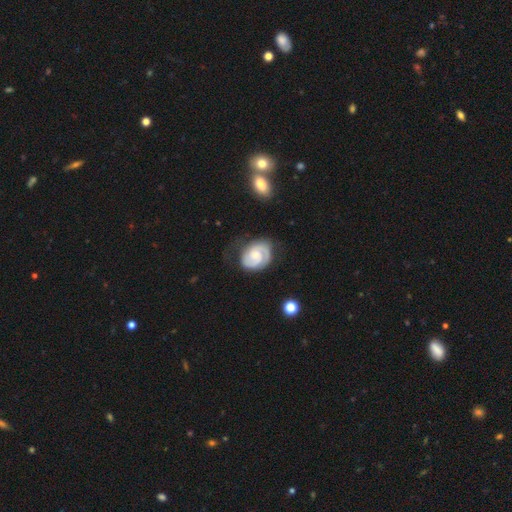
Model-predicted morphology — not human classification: The model was most divided on "bulge size": moderate: 45%, small: 42%, none: 7%, large: 5%, dominant: 1%. More confident: edge-on disk — no (98%); spiral arms — yes (96%); smooth or featured — featured or disk (81%); spiral arm count — 2 (72%); merging — none (64%); bar — no (60%); spiral winding — tight (57%).